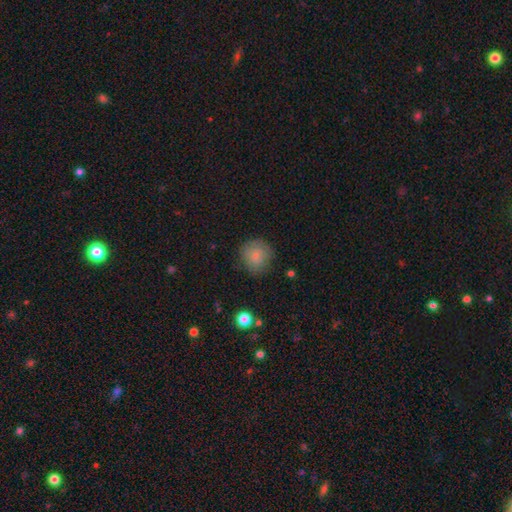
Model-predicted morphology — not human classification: smooth 80%, featured or disk 11%, star or artifact 9%. Down the decision tree: how rounded — round (90%); merging — none (79%).